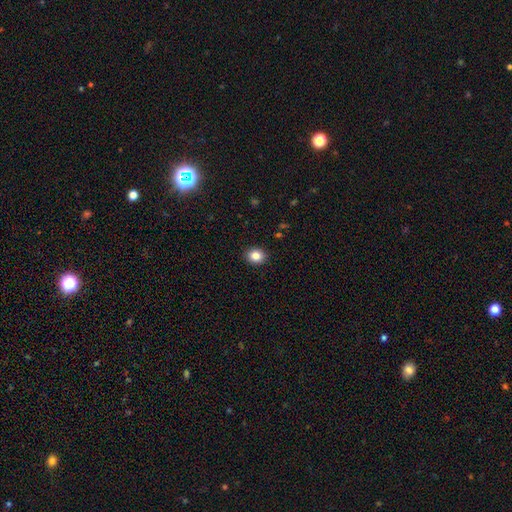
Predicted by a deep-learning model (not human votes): smooth_or_featured: smooth (p=0.84) [alt: star or artifact p=0.10]
how_rounded: round (p=0.68) [alt: in between p=0.31]
merging: none (p=0.91) [alt: minor disturbance p=0.06]